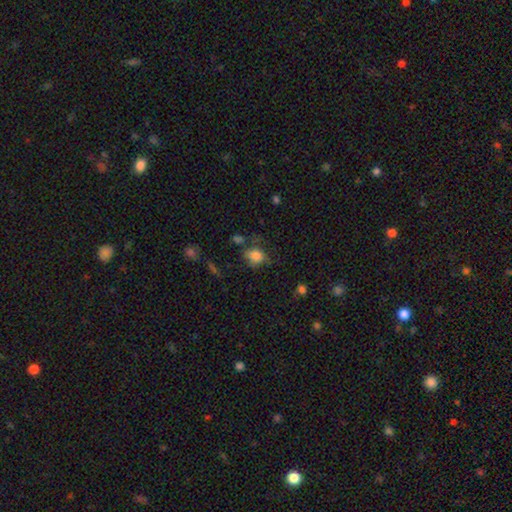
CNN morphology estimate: A smooth galaxy with no disk features (78%) that is in between round and cigar-shaped (50%).

Vote fractions:
- Smooth or featured? smooth: 78% / featured or disk: 12% / star or artifact: 10%
- How rounded? in between: 50% / round: 48% / cigar-shaped: 1%
- Merging? none: 48% / minor disturbance: 28% / major disturbance: 16% / merger: 7%